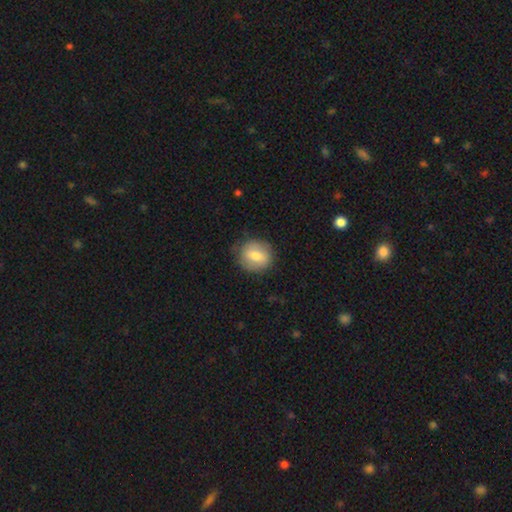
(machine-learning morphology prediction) Q: Smooth or featured?
A: smooth (68%); runner-up: featured or disk (25%)
Q: How rounded?
A: round (79%); runner-up: in between (20%)
Q: Merging?
A: none (80%); runner-up: minor disturbance (14%)